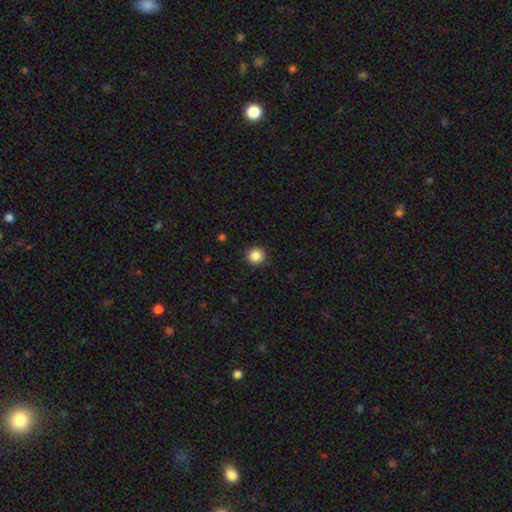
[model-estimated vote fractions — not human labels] smooth_or_featured: smooth (p=0.86) [alt: star or artifact p=0.10]
how_rounded: round (p=0.91) [alt: in between p=0.08]
merging: none (p=0.90) [alt: minor disturbance p=0.07]